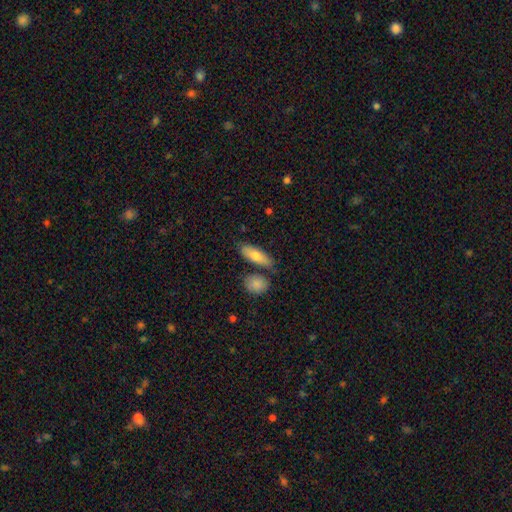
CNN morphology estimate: This appears to be a smooth galaxy with no disk features (73%) that is in between round and cigar-shaped (59%). Merging: none (72%).